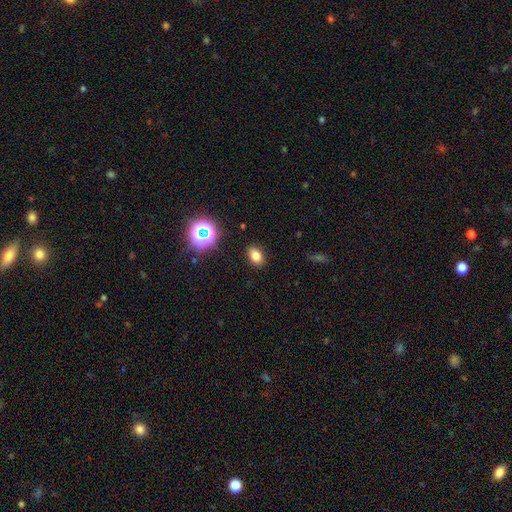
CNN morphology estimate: This is likely a smooth galaxy (77%). How rounded: likely in between (79%). Merging: clearly none (88%).